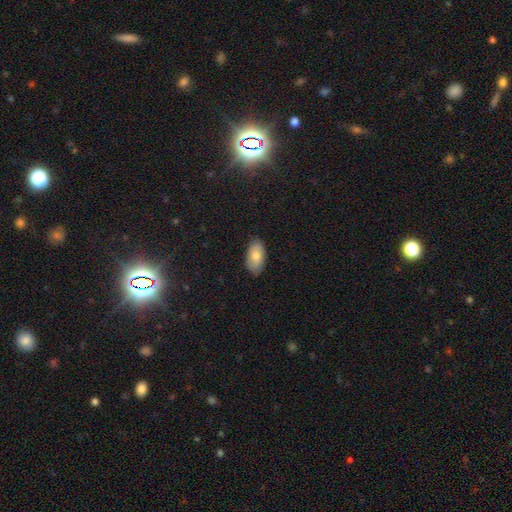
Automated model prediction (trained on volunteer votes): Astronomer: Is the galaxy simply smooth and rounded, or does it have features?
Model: smooth — 76%.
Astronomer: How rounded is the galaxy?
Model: in between — 94%.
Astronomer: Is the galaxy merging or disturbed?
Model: none — 84%.